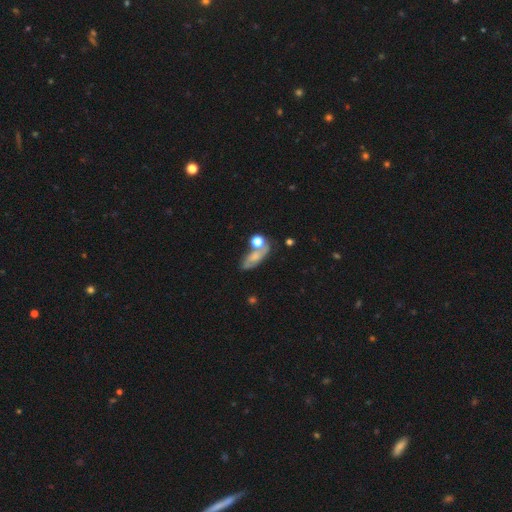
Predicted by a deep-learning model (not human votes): Q: Smooth or featured?
A: smooth (46%); runner-up: featured or disk (40%)
Q: Merging?
A: none (49%); runner-up: minor disturbance (20%)